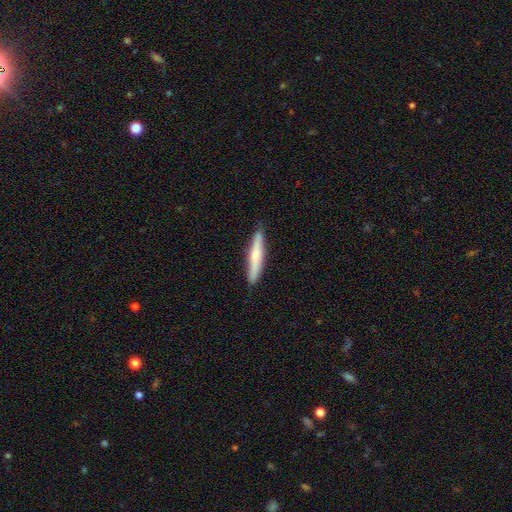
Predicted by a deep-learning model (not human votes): The model was most divided on "smooth or featured": smooth: 64%, featured or disk: 31%, star or artifact: 5%. More confident: how rounded — cigar-shaped (92%); merging — none (87%).